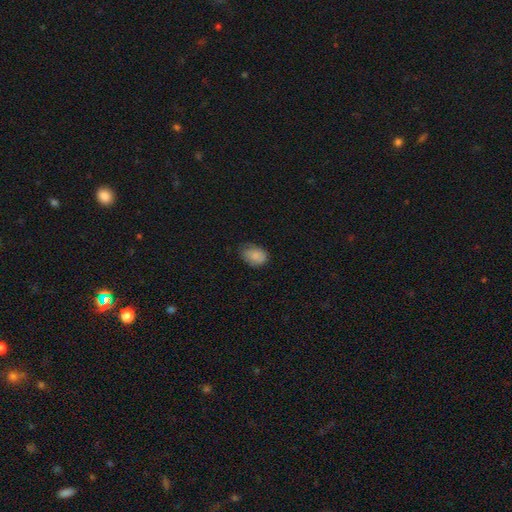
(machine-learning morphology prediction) A smooth galaxy with no disk features (83%) that is in between round and cigar-shaped (78%). Merging: none (60%).